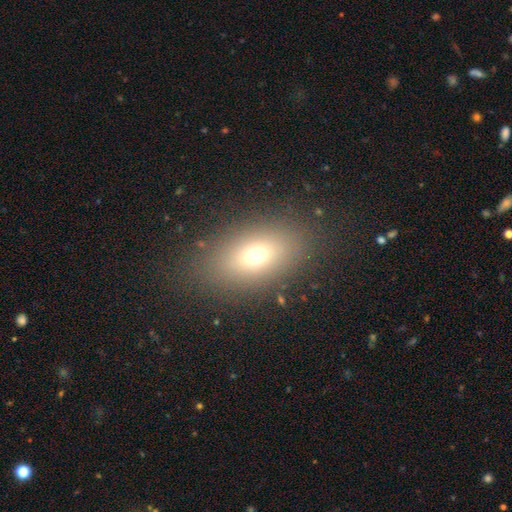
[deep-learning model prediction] A smooth galaxy with no disk features (69%) that is in between round and cigar-shaped (83%). Merging: none (84%).